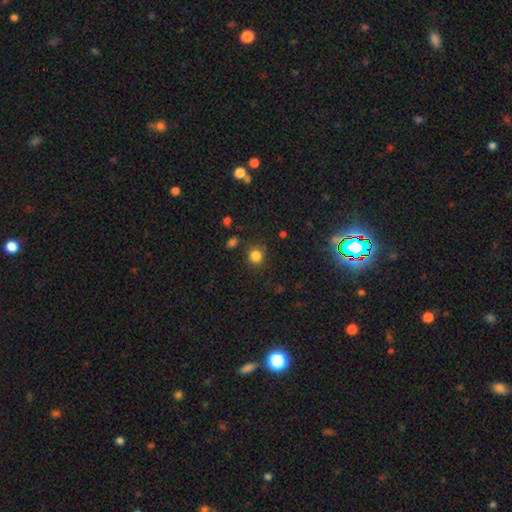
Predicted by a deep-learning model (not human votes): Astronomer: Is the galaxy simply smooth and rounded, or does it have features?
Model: smooth — 81%.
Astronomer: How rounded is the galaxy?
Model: round — 86%.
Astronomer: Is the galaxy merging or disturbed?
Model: none — 80%.